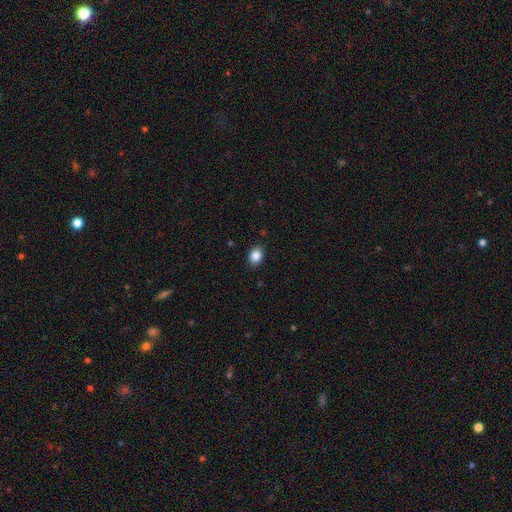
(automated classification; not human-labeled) Smooth or featured? Predicted: smooth (p=0.86). How rounded? Predicted: in between (p=0.66). Merging? Predicted: none (p=0.88).